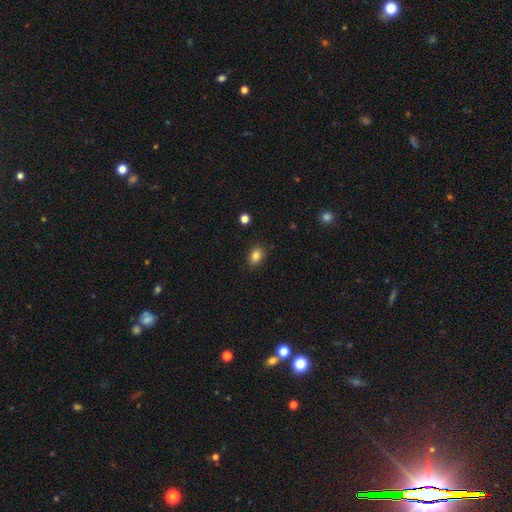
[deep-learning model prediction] A smooth galaxy with no disk features (84%) that is in between round and cigar-shaped (74%). Merging: none (87%).